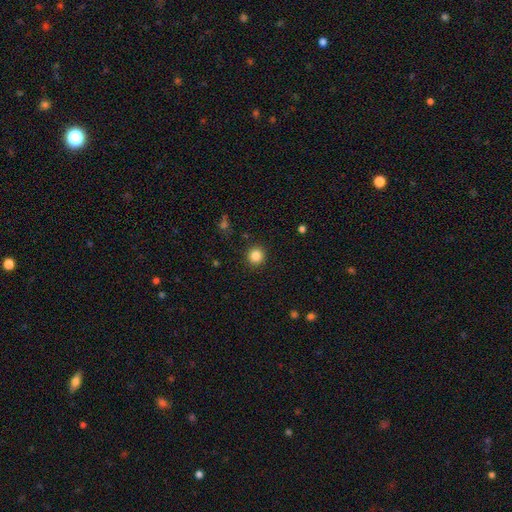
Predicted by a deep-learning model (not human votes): Morphology: type=smooth (85%); roundness=round (94%); merging=none (91%).